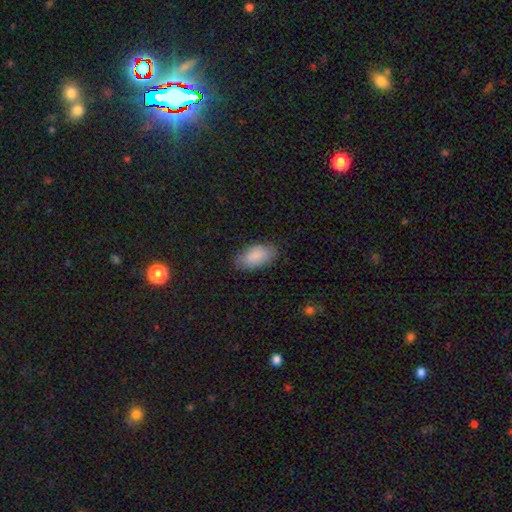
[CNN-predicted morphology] smooth_or_featured: smooth (p=0.87) [alt: featured or disk p=0.07]
how_rounded: in between (p=0.95) [alt: round p=0.03]
merging: none (p=0.79) [alt: minor disturbance p=0.16]